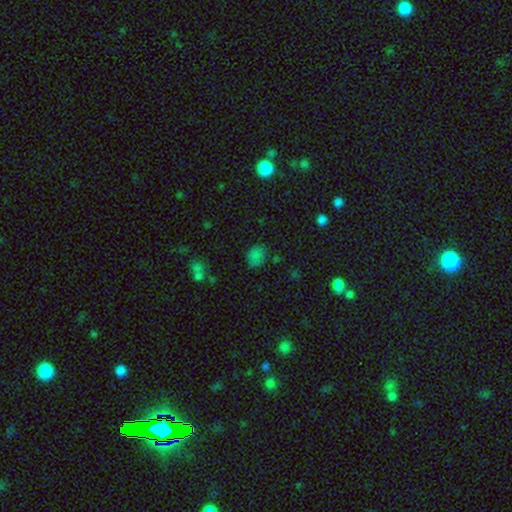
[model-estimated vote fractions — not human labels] Morphology: type=smooth (74%); roundness=round (50%); merging=none (75%).